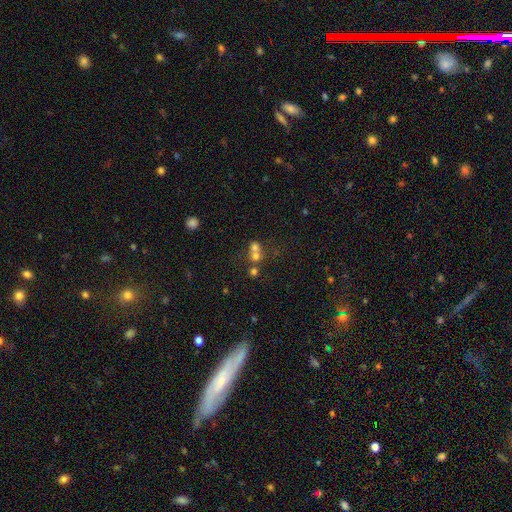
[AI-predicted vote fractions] Overall: smooth (63%). How rounded: round (79%). Merging: merger (59%; none 31%).